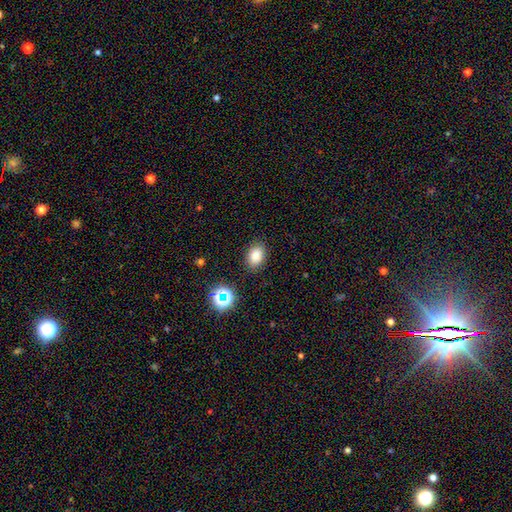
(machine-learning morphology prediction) Smooth or featured?
  - smooth: 81% *
  - star or artifact: 14%
  - featured or disk: 6%
How rounded?
  - in between: 76% *
  - round: 23%
  - cigar-shaped: 1%
Merging?
  - none: 84% *
  - minor disturbance: 11%
  - major disturbance: 3%
  - merger: 2%